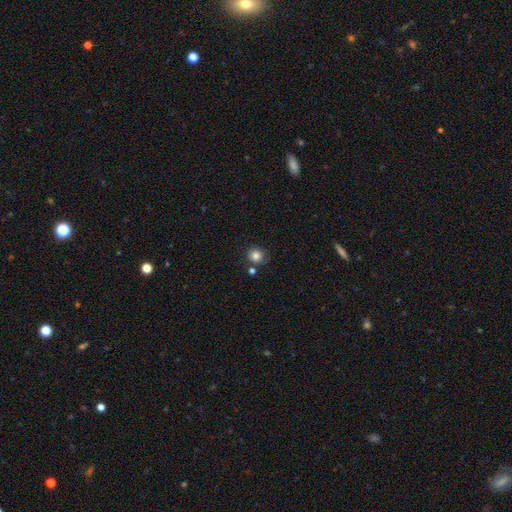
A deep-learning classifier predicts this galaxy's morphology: smooth-or-featured: smooth: 83% | star or artifact: 12% | featured or disk: 6%
  how-rounded: round: 89% | in between: 10% | cigar-shaped: 1%
  merging: none: 77% | minor disturbance: 11% | merger: 9% | major disturbance: 3%